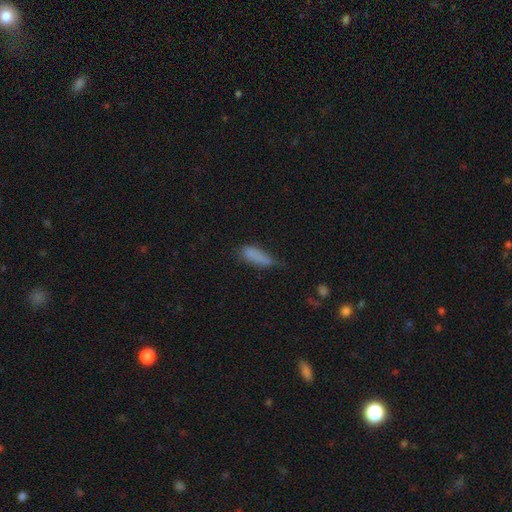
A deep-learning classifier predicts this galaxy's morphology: Smooth or featured? smooth (82%)
How rounded? in between (55%)
Merging? none (50%)